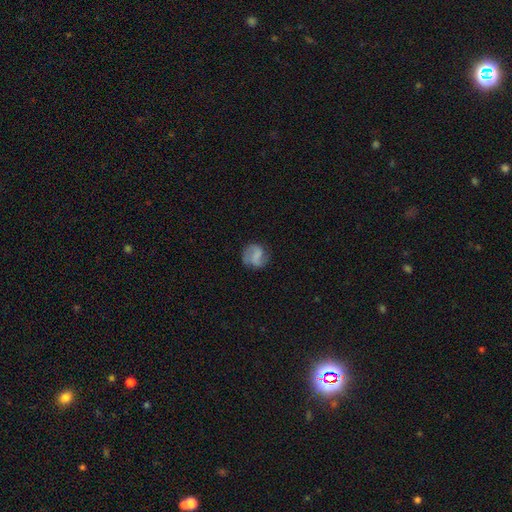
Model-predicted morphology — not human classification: featured or disk 53%, smooth 38%, star or artifact 9%. Down the decision tree: edge-on disk — no (98%); bar — weak (42%); spiral arms — yes (86%); bulge size — none (57%); merging — none (68%).